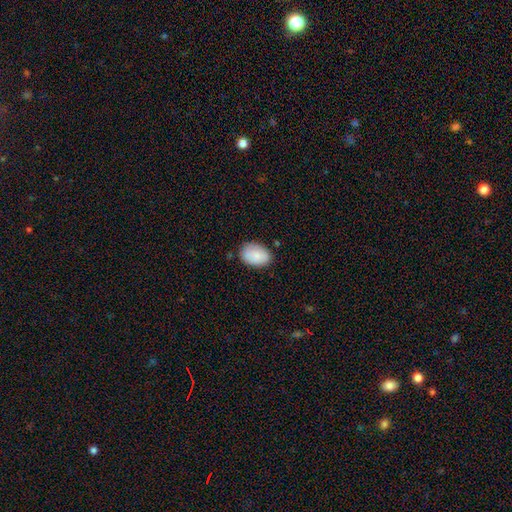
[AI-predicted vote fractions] Morphology: type=smooth (86%); roundness=in between (86%); merging=none (79%).